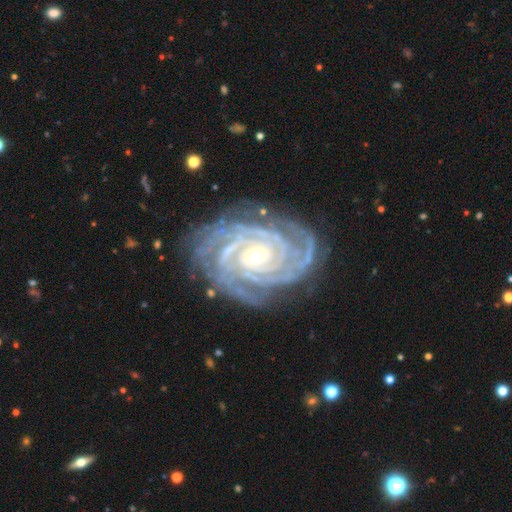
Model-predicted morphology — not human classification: This appears to be a featured or disk galaxy (93%) with no bar (53%), 4 (30%) tight (85%) spiral arms (99%) and a small central bulge (54%). Merging: none (79%).